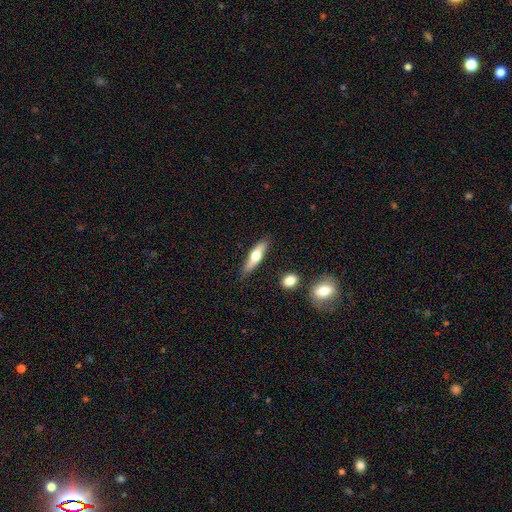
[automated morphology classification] This appears to be a smooth galaxy with no disk features (50%) that is cigar-shaped (72%). Merging: none (82%).